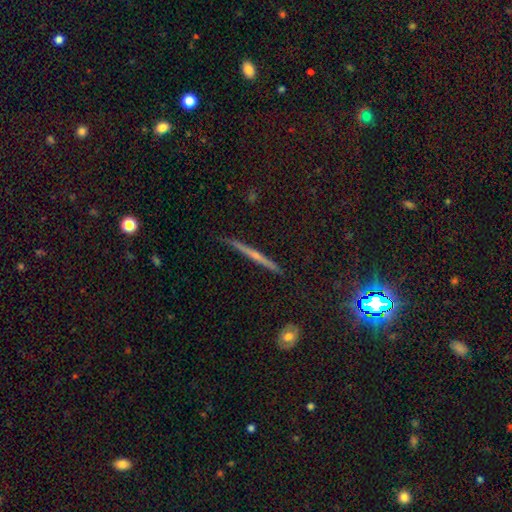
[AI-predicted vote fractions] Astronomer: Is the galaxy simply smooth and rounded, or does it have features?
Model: featured or disk — 62%.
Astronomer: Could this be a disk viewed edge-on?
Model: yes — 97%.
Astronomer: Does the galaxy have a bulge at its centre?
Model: rounded — 53% (runner-up: none, 40%).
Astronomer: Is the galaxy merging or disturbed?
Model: none — 89%.